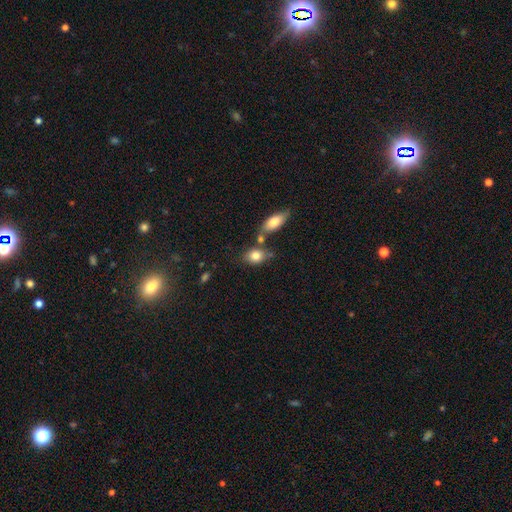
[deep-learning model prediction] Smooth or featured? Predicted: smooth (p=0.81). How rounded? Predicted: in between (p=0.72). Merging? Predicted: none (p=0.54).